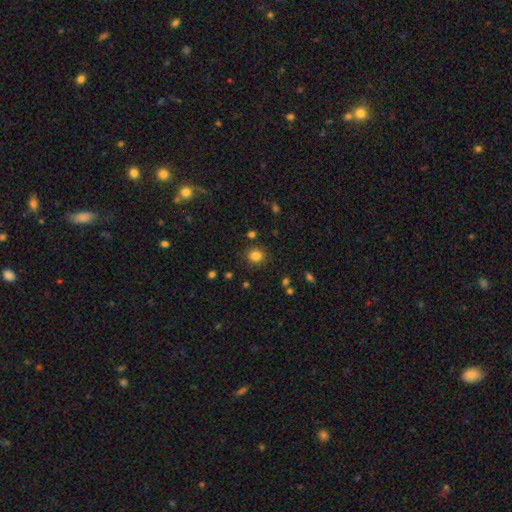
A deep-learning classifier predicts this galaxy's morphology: smooth-or-featured: smooth: 82% | star or artifact: 13% | featured or disk: 5%
  how-rounded: round: 82% | in between: 17% | cigar-shaped: 1%
  merging: none: 87% | minor disturbance: 8% | major disturbance: 3% | merger: 2%